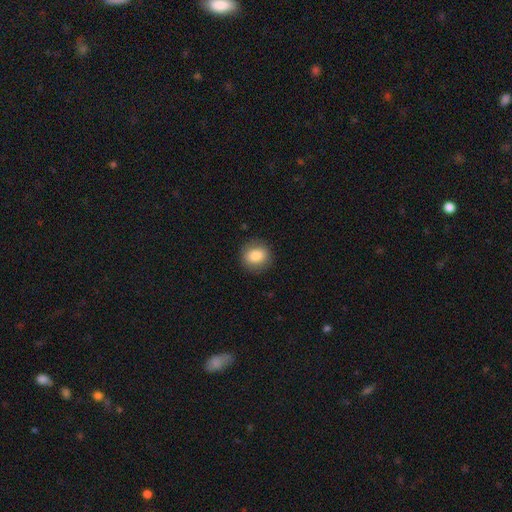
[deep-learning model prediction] Q: Smooth or featured?
A: smooth (82%); runner-up: featured or disk (10%)
Q: How rounded?
A: round (83%); runner-up: in between (16%)
Q: Merging?
A: none (88%); runner-up: minor disturbance (8%)